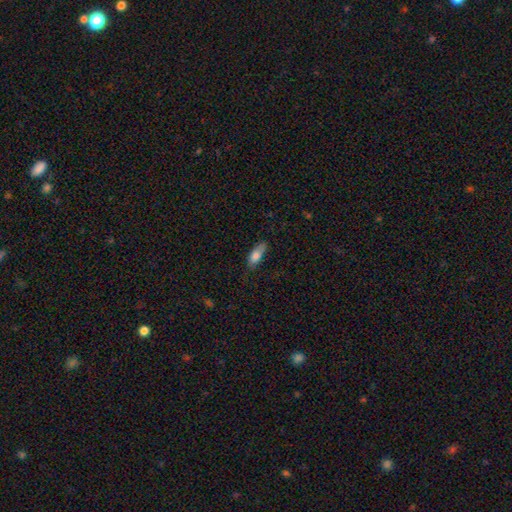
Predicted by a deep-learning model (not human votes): A smooth galaxy with no disk features (79%) that is in between round and cigar-shaped (73%).

Vote fractions:
- Smooth or featured? smooth: 79% / featured or disk: 14% / star or artifact: 7%
- How rounded? in between: 73% / cigar-shaped: 24% / round: 3%
- Merging? none: 61% / minor disturbance: 30% / major disturbance: 7% / merger: 2%